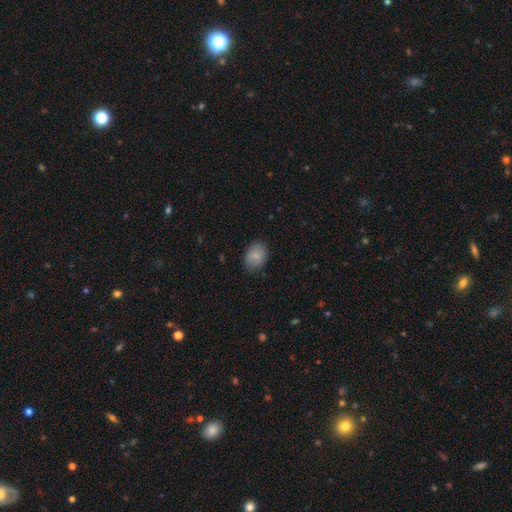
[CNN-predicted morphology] Smooth or featured? smooth (83%)
How rounded? in between (65%)
Merging? none (78%)